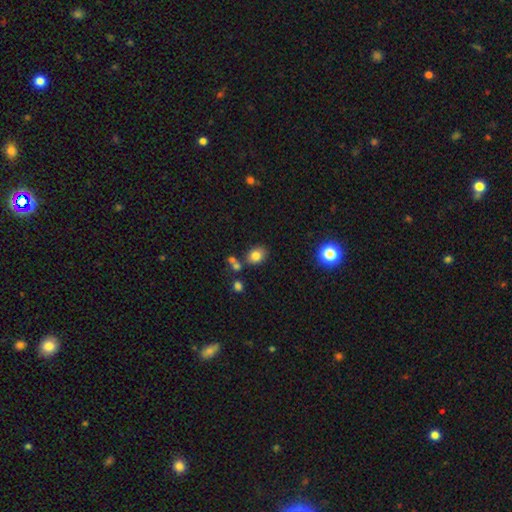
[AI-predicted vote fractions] Q: Smooth or featured?
A: smooth (81%); runner-up: star or artifact (12%)
Q: How rounded?
A: in between (53%); runner-up: round (46%)
Q: Merging?
A: none (70%); runner-up: minor disturbance (14%)